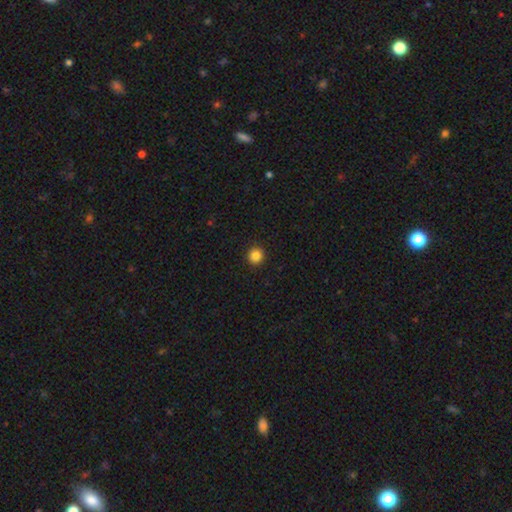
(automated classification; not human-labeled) A smooth galaxy with no disk features (85%) that is round (95%).

Vote fractions:
- Smooth or featured? smooth: 85% / star or artifact: 11% / featured or disk: 3%
- How rounded? round: 95% / in between: 4% / cigar-shaped: 1%
- Merging? none: 93% / minor disturbance: 4% / major disturbance: 2% / merger: 1%